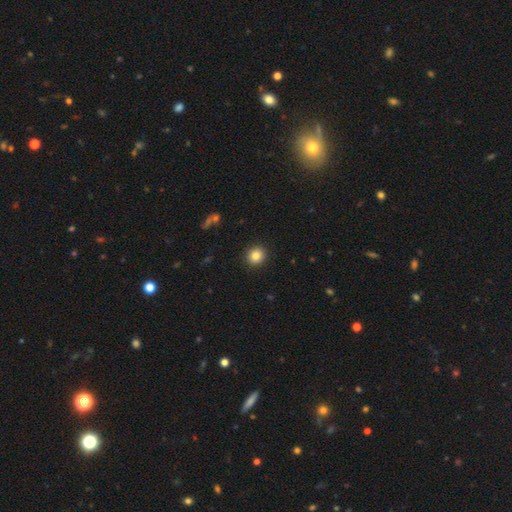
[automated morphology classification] Overall: smooth (84%). How rounded: round (87%). Merging: none (92%).